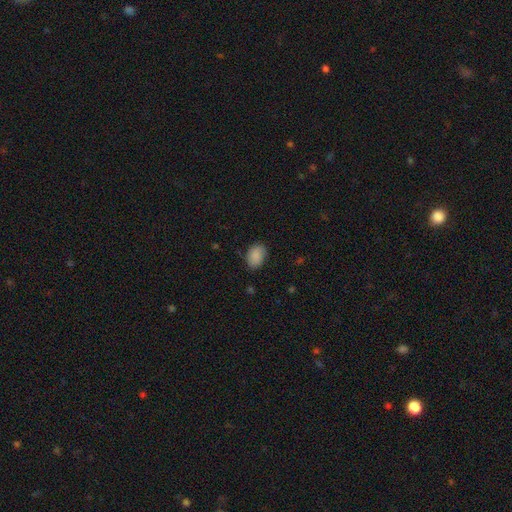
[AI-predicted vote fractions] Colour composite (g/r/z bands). It shows a smooth galaxy with no disk features (88%) that is in between round and cigar-shaped (82%). Merging: none (81%).